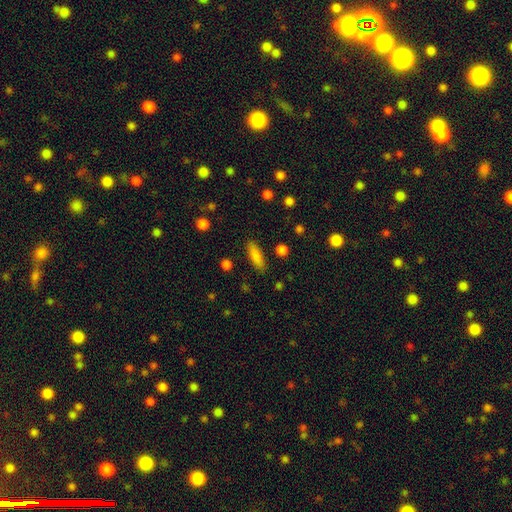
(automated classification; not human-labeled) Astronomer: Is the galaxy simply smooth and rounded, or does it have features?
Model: smooth — 84%.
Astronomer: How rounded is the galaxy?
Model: in between — 49% (runner-up: cigar-shaped, 48%).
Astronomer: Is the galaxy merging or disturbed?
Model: none — 86%.